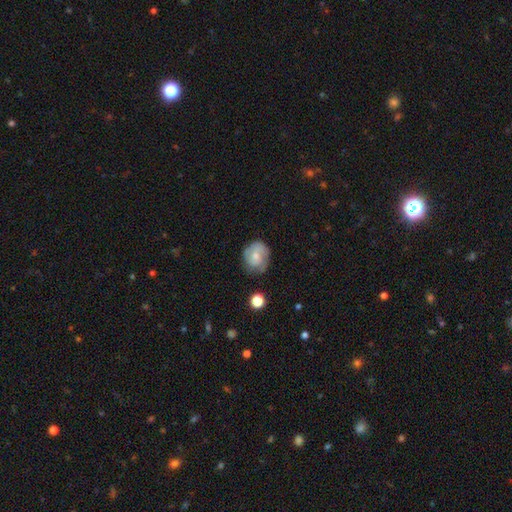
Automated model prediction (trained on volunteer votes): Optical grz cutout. It shows a smooth galaxy with no disk features (49%). Merging: none (61%).